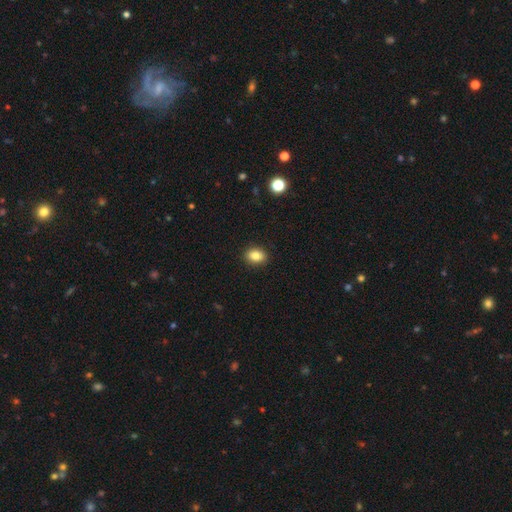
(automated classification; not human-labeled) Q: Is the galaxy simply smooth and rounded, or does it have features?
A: smooth — 86%.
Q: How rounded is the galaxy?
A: in between — 72%.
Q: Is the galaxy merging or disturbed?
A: none — 89%.